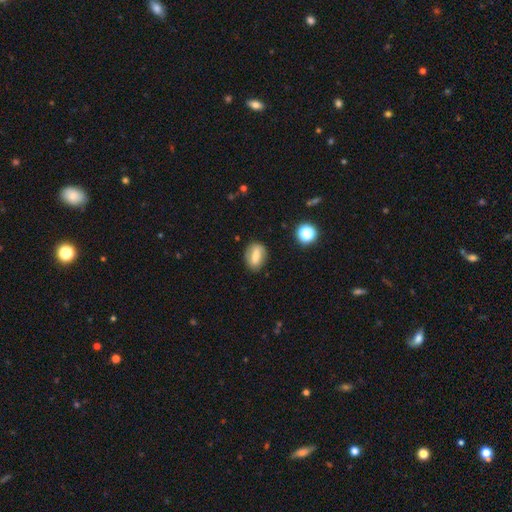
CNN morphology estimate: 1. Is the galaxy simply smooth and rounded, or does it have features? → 71% smooth, 19% featured or disk, 10% star or artifact.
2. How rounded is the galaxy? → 77% in between, 19% round, 4% cigar-shaped.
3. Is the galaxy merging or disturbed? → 78% none, 16% minor disturbance, 4% major disturbance, 2% merger.